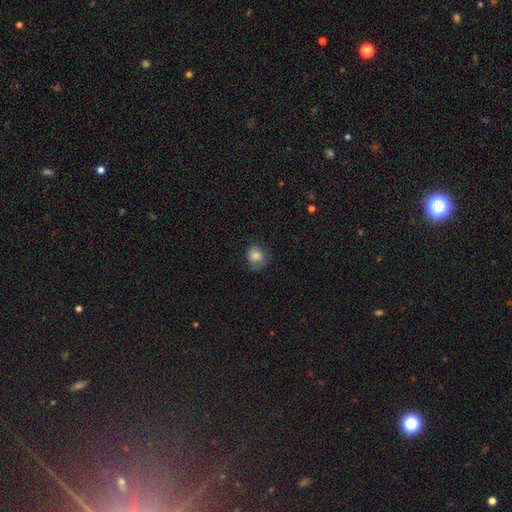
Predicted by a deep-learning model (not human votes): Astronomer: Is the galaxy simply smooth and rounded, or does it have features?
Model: smooth — 77%.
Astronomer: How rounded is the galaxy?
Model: round — 73%.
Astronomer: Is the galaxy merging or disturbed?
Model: none — 59%.